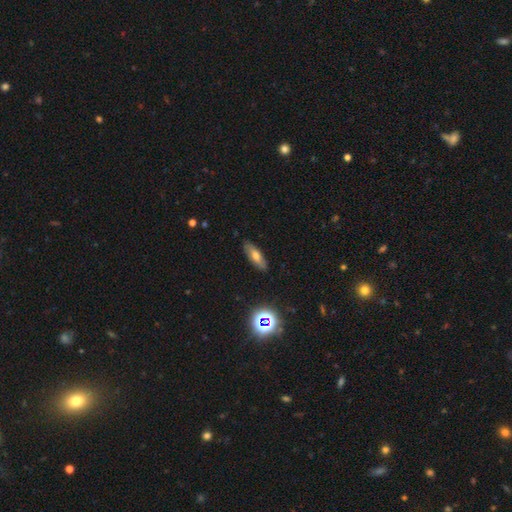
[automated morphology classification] Q: Smooth or featured?
A: smooth (62%); runner-up: featured or disk (27%)
Q: How rounded?
A: in between (61%); runner-up: cigar-shaped (36%)
Q: Merging?
A: none (86%); runner-up: minor disturbance (10%)